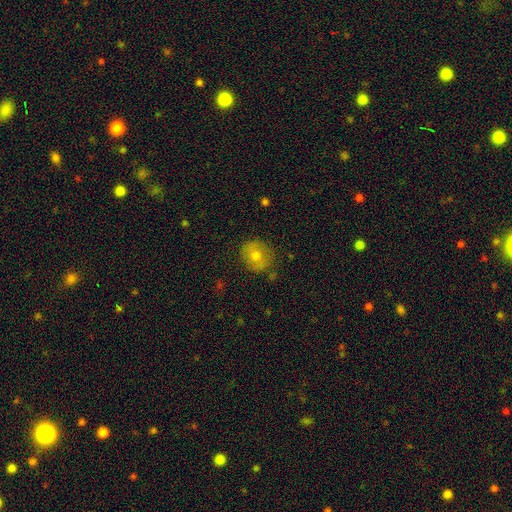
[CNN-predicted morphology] smooth 67%, featured or disk 23%, star or artifact 11%. Down the decision tree: how rounded — round (78%); merging — none (81%).